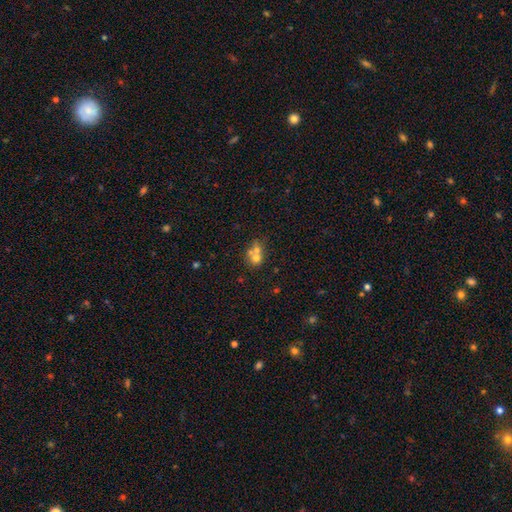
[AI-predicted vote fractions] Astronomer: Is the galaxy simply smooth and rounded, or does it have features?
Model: smooth — 61%.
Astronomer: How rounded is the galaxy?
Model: round — 75%.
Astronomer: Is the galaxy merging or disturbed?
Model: merger — 59%.